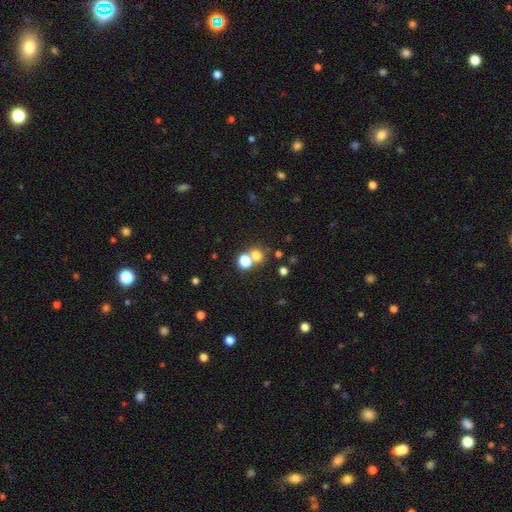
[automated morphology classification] A smooth galaxy with no disk features (71%) that is round (83%). Merging: none (55%).